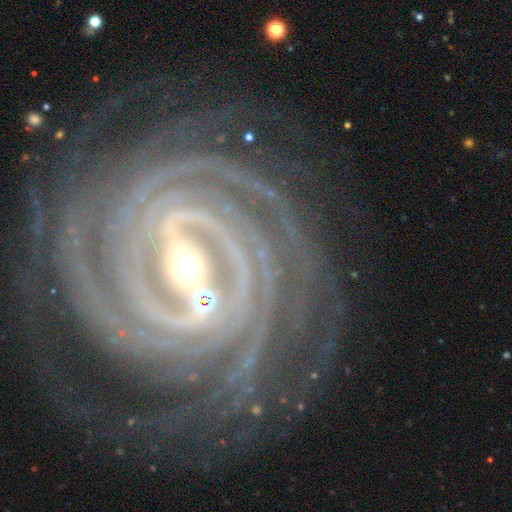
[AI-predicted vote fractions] Smooth or featured?
  - featured or disk: 92% *
  - star or artifact: 5%
  - smooth: 3%
Edge-on disk?
  - no: 97% *
  - yes: 3%
Bar?
  - strong: 62% *
  - weak: 23%
  - no: 16%
Spiral arms?
  - yes: 99% *
  - no: 1%
Spiral winding?
  - tight: 85% *
  - medium: 12%
  - loose: 2%
Spiral arm count?
  - more than 4: 24% *
  - 4: 23%
  - 3: 17%
  - can't tell: 13%
  - 2: 13%
  - 1: 9%
Bulge size?
  - small: 52% *
  - moderate: 43%
  - large: 3%
  - none: 1%
  - dominant: 1%
Merging?
  - none: 75% *
  - minor disturbance: 15%
  - major disturbance: 7%
  - merger: 3%